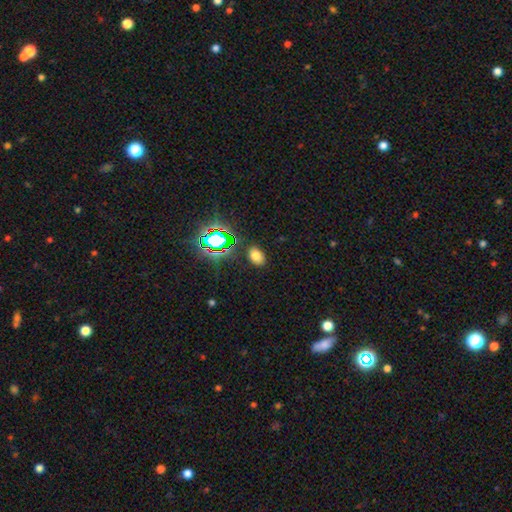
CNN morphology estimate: Smooth or featured?
  - smooth: 69% *
  - star or artifact: 23%
  - featured or disk: 8%
How rounded?
  - in between: 79% *
  - round: 20%
  - cigar-shaped: 1%
Merging?
  - none: 85% *
  - minor disturbance: 10%
  - major disturbance: 3%
  - merger: 2%